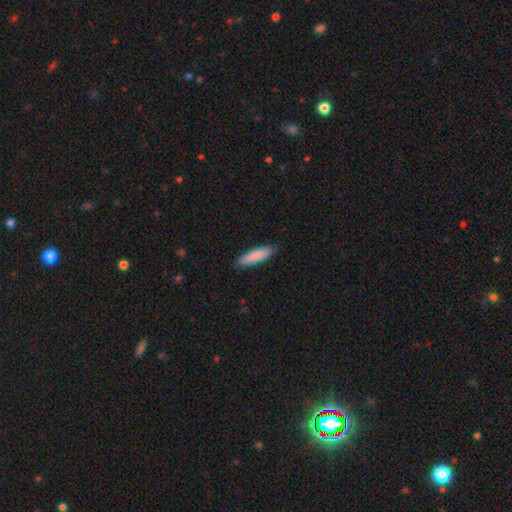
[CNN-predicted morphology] Smooth or featured? smooth (83%)
How rounded? cigar-shaped (70%)
Merging? none (84%)